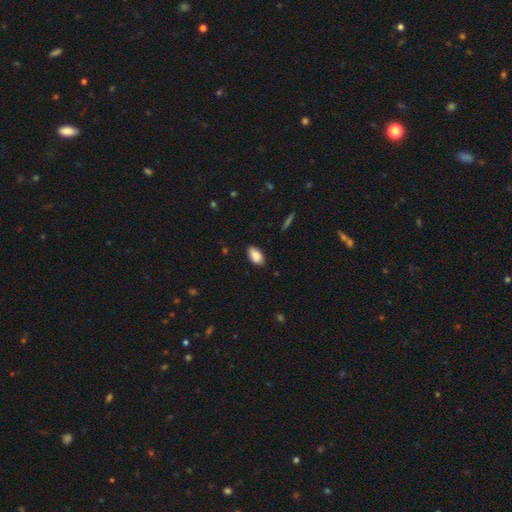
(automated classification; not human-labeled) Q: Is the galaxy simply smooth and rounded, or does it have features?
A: smooth — 87%.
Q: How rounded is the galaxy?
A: in between — 94%.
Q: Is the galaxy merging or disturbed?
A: none — 82%.